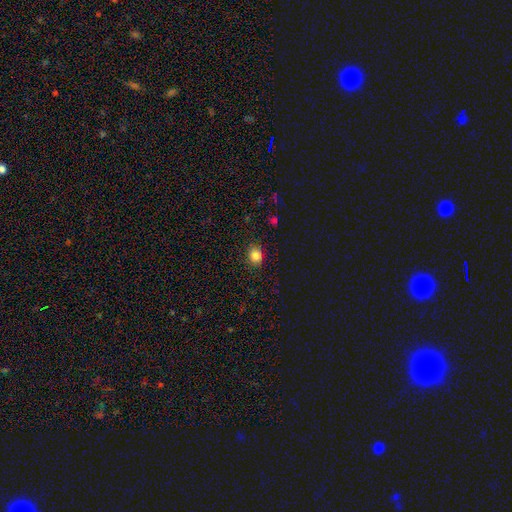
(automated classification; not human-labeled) Smooth or featured? Predicted: smooth (p=0.84). How rounded? Predicted: round (p=0.63). Merging? Predicted: none (p=0.88).